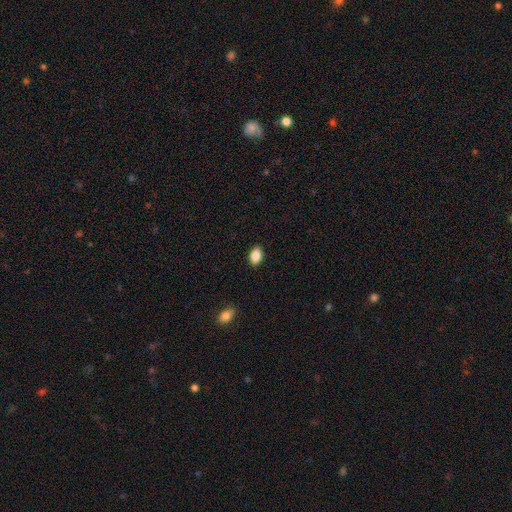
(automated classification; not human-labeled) This appears to be a smooth galaxy with no disk features (87%) that is in between round and cigar-shaped (87%). Merging: none (89%).